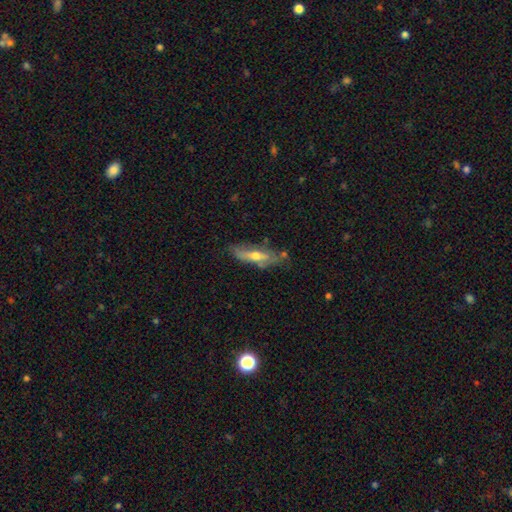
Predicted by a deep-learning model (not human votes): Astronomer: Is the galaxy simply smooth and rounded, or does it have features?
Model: featured or disk — 55% (runner-up: smooth, 38%).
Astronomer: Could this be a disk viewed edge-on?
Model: yes — 58% (runner-up: no, 42%).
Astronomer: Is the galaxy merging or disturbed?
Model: none — 64%.